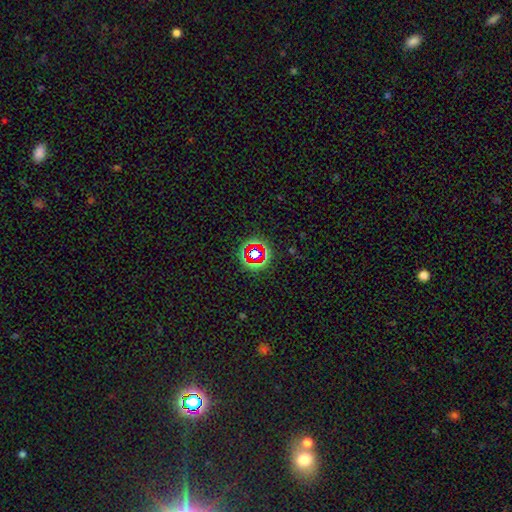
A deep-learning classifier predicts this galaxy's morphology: Smooth or featured? Predicted: star or artifact (p=0.70).